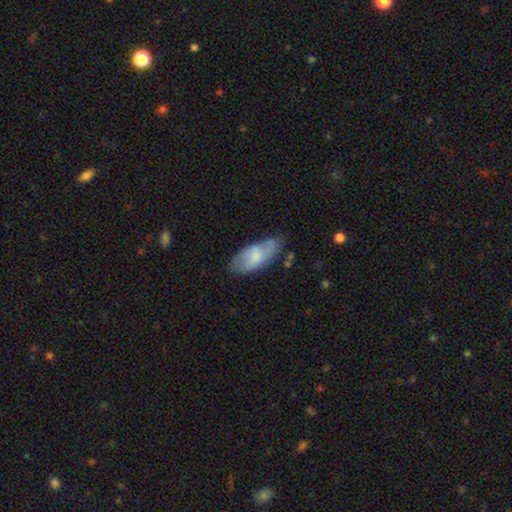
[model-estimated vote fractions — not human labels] smooth_or_featured: smooth (p=0.67) [alt: featured or disk p=0.27]
how_rounded: in between (p=0.87) [alt: cigar-shaped p=0.11]
merging: none (p=0.64) [alt: minor disturbance p=0.27]